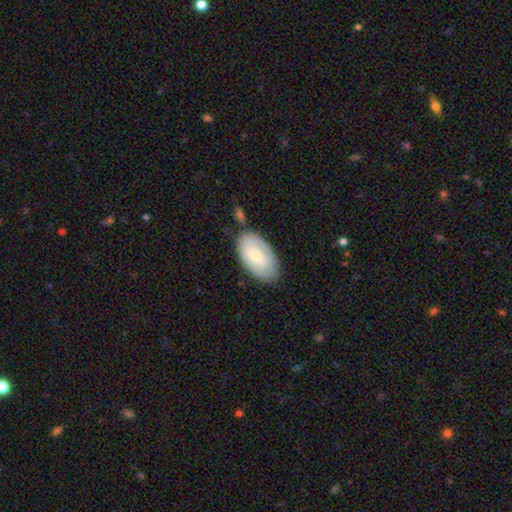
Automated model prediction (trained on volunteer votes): Overall: smooth (57%; featured or disk 37%). How rounded: in between (94%). Merging: none (77%).